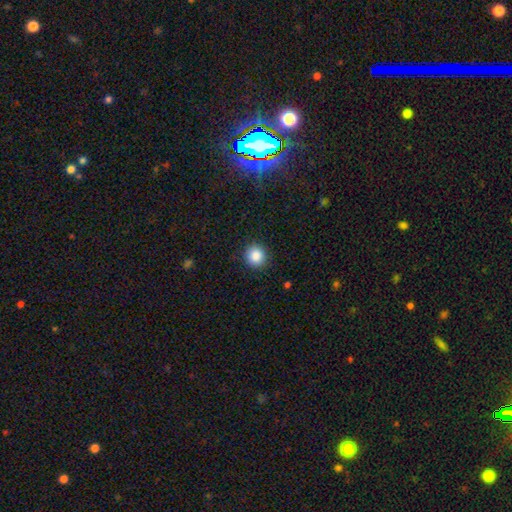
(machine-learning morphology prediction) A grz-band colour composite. It shows a smooth galaxy with no disk features (87%) that is round (90%). Merging: none (91%).